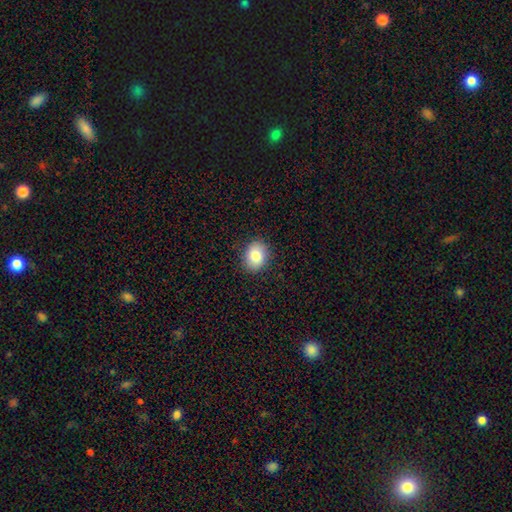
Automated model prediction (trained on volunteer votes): This appears to be a smooth galaxy with no disk features (83%) that is in between round and cigar-shaped (55%). Merging: none (89%).